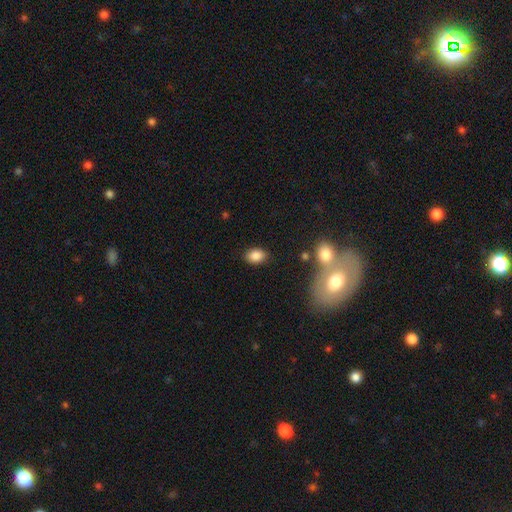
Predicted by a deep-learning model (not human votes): Morphology: type=smooth (86%); roundness=in between (78%); merging=none (85%).